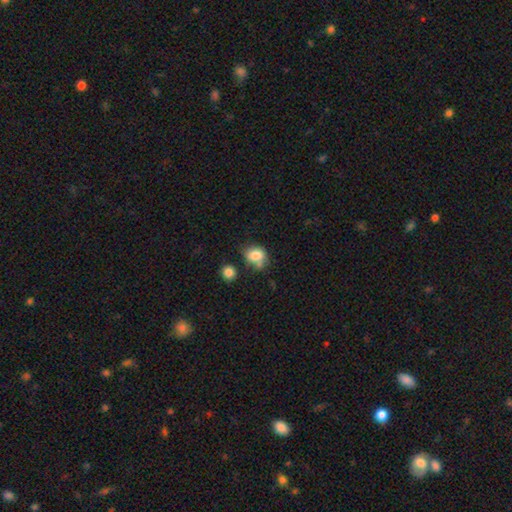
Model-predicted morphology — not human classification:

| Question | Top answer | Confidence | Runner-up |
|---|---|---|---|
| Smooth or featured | smooth | 81% | star or artifact (10%) |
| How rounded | round | 50% | in between (48%) |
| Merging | none | 51% | minor disturbance (21%) |